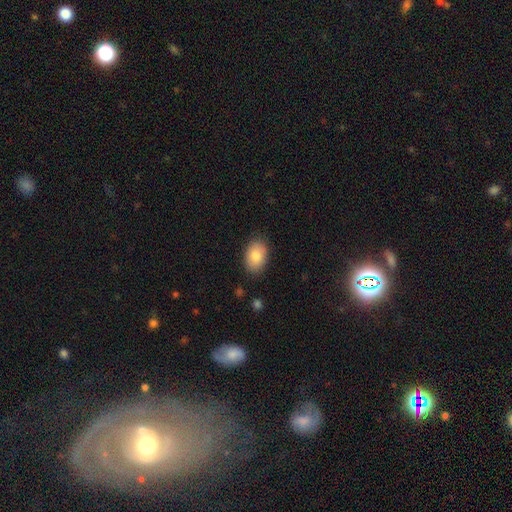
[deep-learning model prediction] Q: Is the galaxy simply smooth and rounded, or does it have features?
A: smooth — 83%.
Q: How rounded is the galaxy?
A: in between — 85%.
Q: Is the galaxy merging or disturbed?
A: none — 86%.